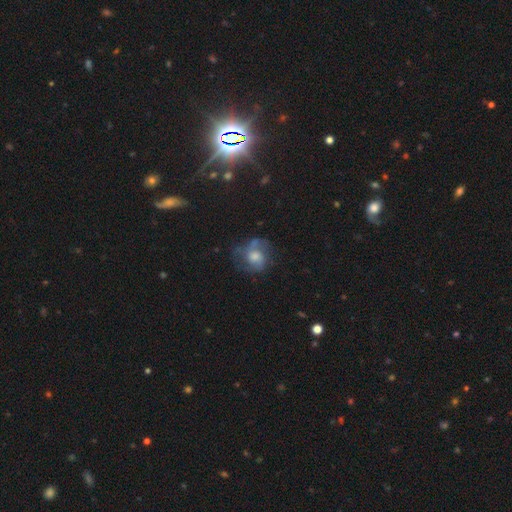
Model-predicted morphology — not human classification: smooth_or_featured: featured or disk (p=0.60) [alt: smooth p=0.25]
disk_edge_on: no (p=0.97) [alt: yes p=0.03]
bar: no (p=0.67) [alt: weak p=0.28]
has_spiral_arms: yes (p=0.83) [alt: no p=0.17]
bulge_size: moderate (p=0.50) [alt: large p=0.21]
merging: none (p=0.61) [alt: minor disturbance p=0.20]